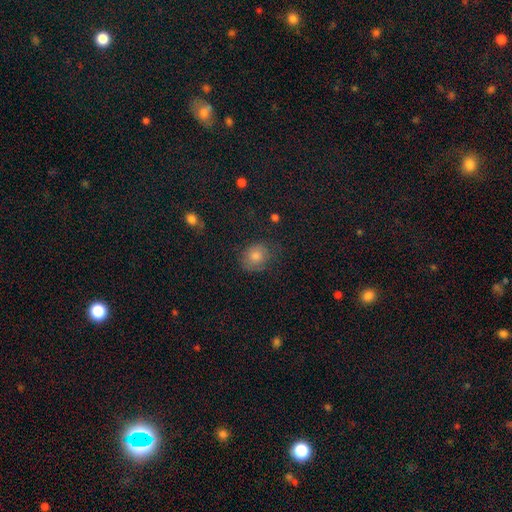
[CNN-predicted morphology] Smooth or featured?
  - smooth: 70% *
  - star or artifact: 17%
  - featured or disk: 13%
How rounded?
  - round: 63% *
  - in between: 36%
  - cigar-shaped: 1%
Merging?
  - none: 71% *
  - minor disturbance: 20%
  - major disturbance: 7%
  - merger: 1%